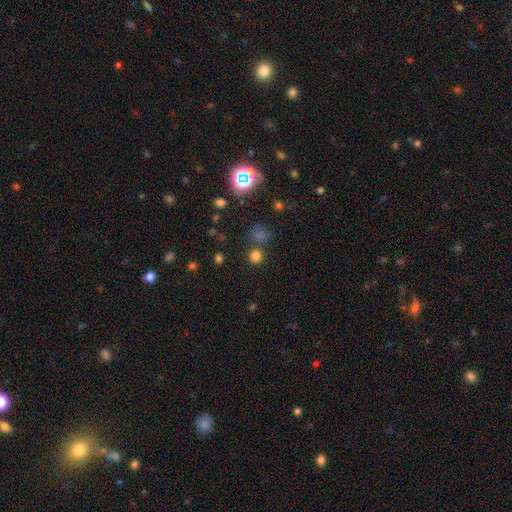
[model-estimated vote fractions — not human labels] Smooth or featured?
  - smooth: 74% *
  - star or artifact: 21%
  - featured or disk: 5%
How rounded?
  - round: 90% *
  - in between: 9%
  - cigar-shaped: 1%
Merging?
  - none: 77% *
  - merger: 12%
  - minor disturbance: 8%
  - major disturbance: 4%